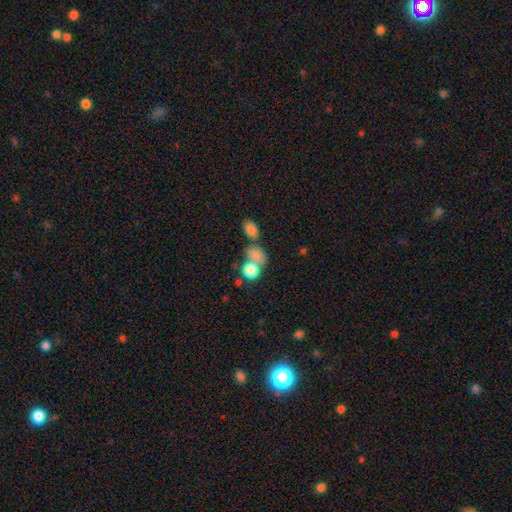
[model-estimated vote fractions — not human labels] A smooth galaxy with no disk features (78%) that is round (60%). Merging: merger (42%).